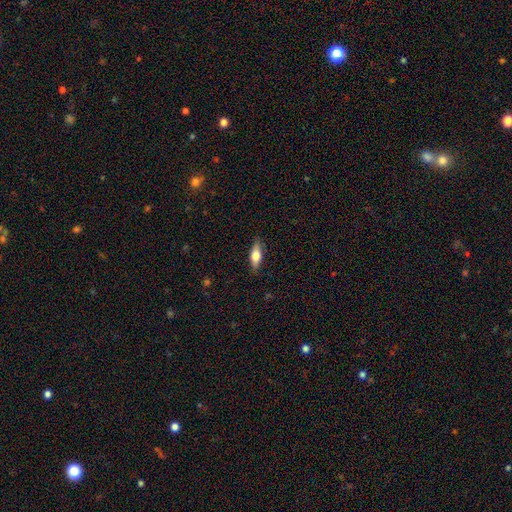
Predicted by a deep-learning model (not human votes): This is likely a smooth galaxy (64%). How rounded: likely in between (68%). Merging: clearly none (85%).